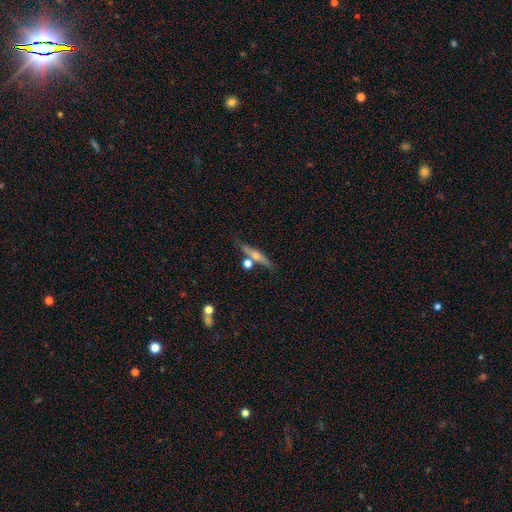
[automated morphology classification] Smooth or featured? Predicted: featured or disk (p=0.53). Edge-on disk? Predicted: yes (p=0.89). Merging? Predicted: none (p=0.65).